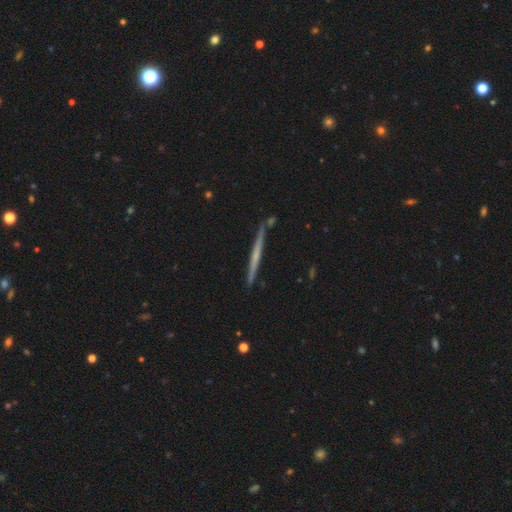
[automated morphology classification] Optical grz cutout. It shows a featured or disk galaxy (63%) viewed edge-on (98%) with no central bulge (69%). Merging: none (87%).